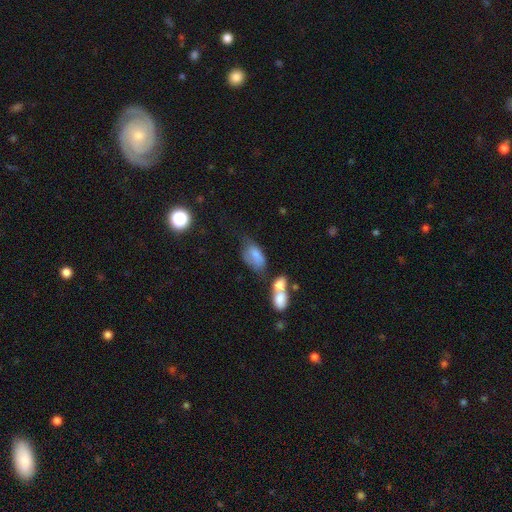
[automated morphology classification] Overall: smooth (73%). How rounded: in between (91%). Merging: none (27%, tied with merger).